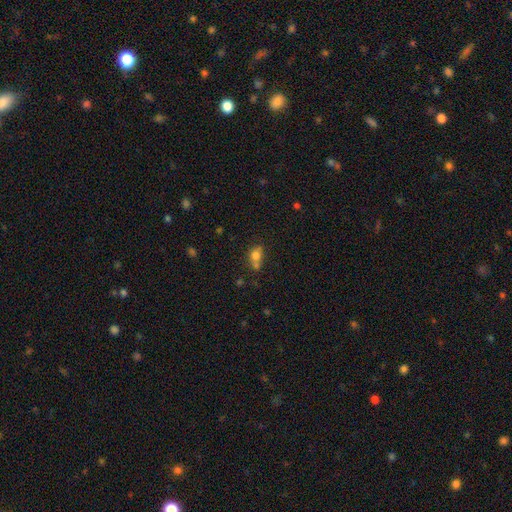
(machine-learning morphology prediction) Smooth or featured?
  - smooth: 74% *
  - featured or disk: 13%
  - star or artifact: 13%
How rounded?
  - in between: 59% *
  - round: 37%
  - cigar-shaped: 4%
Merging?
  - none: 38% *
  - merger: 35%
  - minor disturbance: 19%
  - major disturbance: 8%